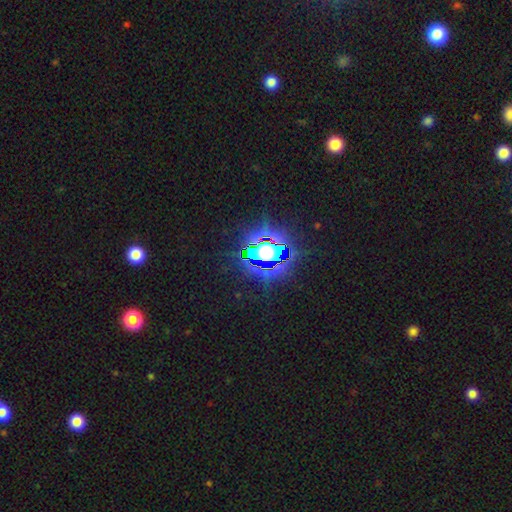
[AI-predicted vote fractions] Smooth or featured?
  - star or artifact: 74% *
  - smooth: 14%
  - featured or disk: 12%